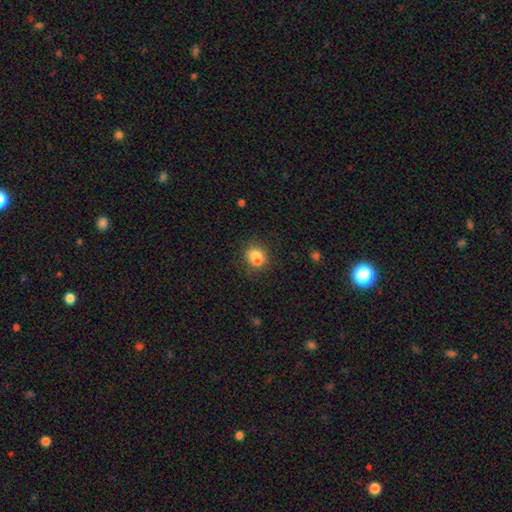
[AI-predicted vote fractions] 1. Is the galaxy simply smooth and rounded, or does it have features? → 77% smooth, 13% featured or disk, 10% star or artifact.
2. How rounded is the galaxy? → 61% round, 38% in between, 1% cigar-shaped.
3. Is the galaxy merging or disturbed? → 52% none, 31% merger, 13% minor disturbance, 4% major disturbance.